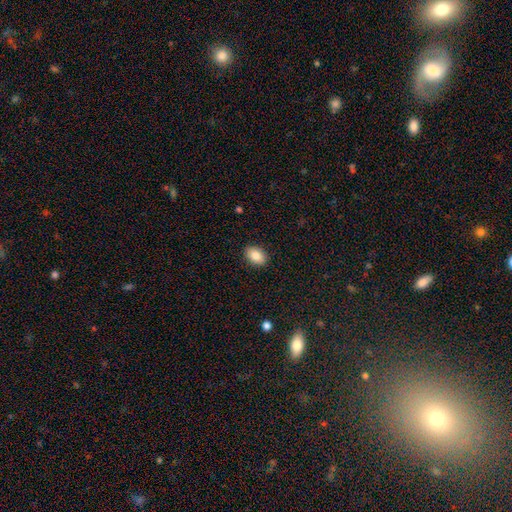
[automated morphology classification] Smooth or featured?
  - smooth: 86% *
  - star or artifact: 8%
  - featured or disk: 6%
How rounded?
  - in between: 81% *
  - round: 18%
  - cigar-shaped: 1%
Merging?
  - none: 89% *
  - minor disturbance: 8%
  - major disturbance: 2%
  - merger: 1%